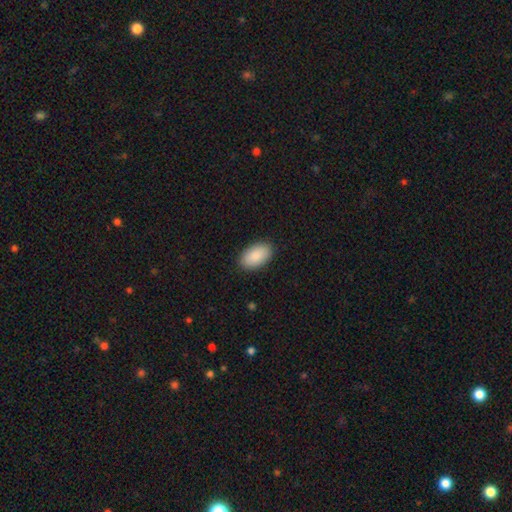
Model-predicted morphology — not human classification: type=smooth (89%); roundness=in between (95%); merging=none (89%).